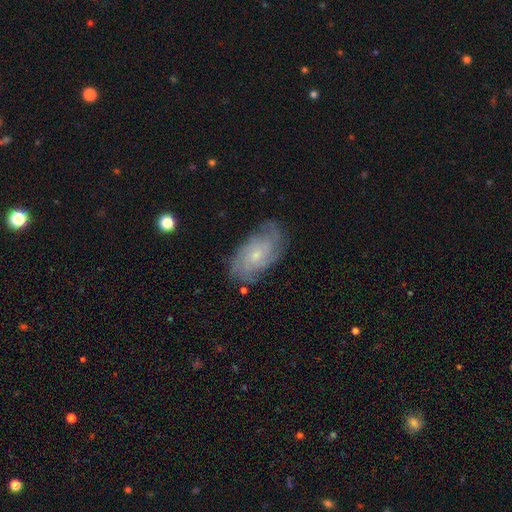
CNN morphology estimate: The model was most divided on "spiral arm count": can't tell: 41%, 4: 18%, 3: 16%, 2: 12%, more than 4: 7%, 1: 6%. More confident: edge-on disk — no (95%); spiral arms — yes (93%); merging — none (76%); smooth or featured — featured or disk (74%); bar — no (73%); bulge size — small (68%); spiral winding — tight (56%).